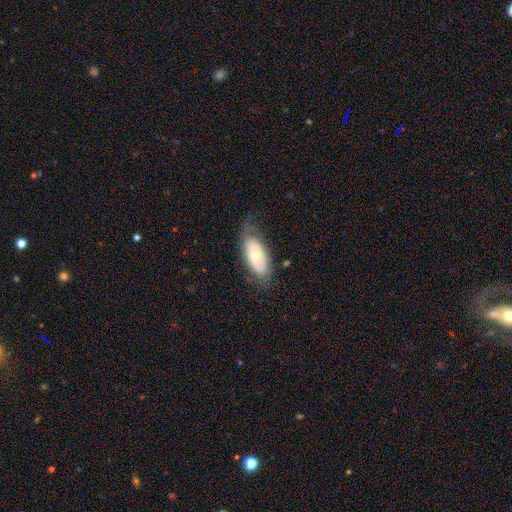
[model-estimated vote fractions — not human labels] This is possibly a smooth galaxy (48%). Merging: likely none (67%).